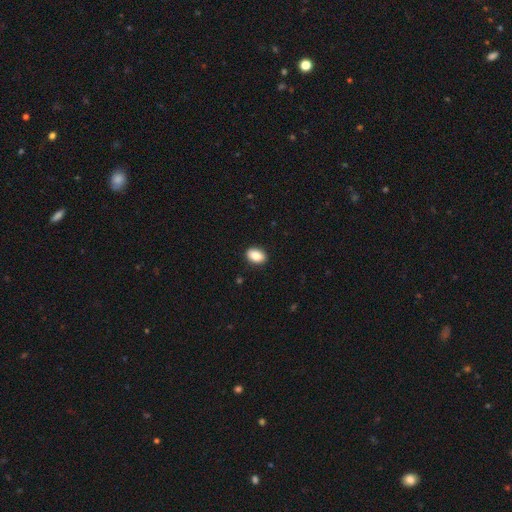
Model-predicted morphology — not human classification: This appears to be a smooth galaxy with no disk features (89%) that is in between round and cigar-shaped (87%). Merging: none (90%).